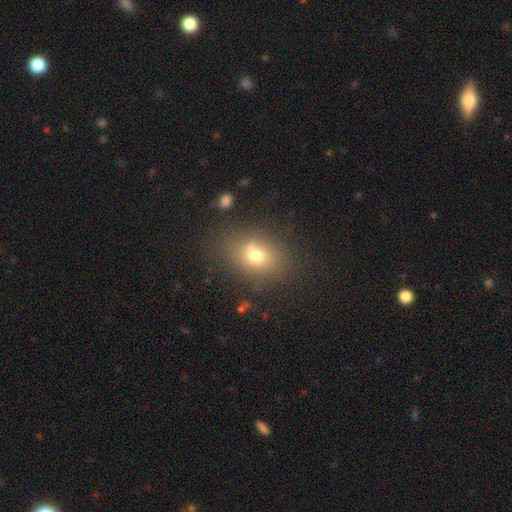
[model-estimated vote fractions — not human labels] This is likely a smooth galaxy (69%). How rounded: possibly in between (55%). Merging: likely none (67%).